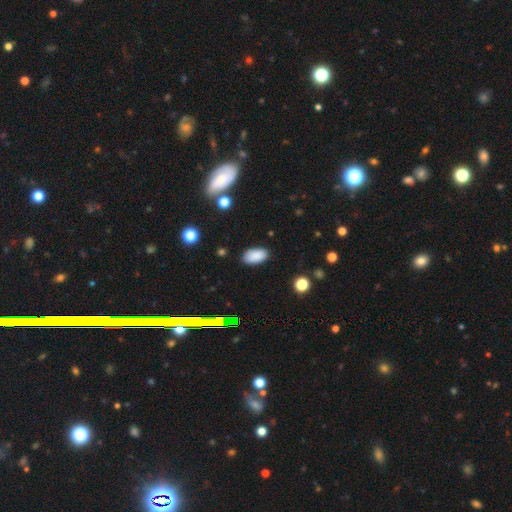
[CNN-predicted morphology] Smooth or featured: smooth — 87% (star or artifact — 9%)
How rounded: in between — 94% (round — 4%)
Merging: none — 86% (minor disturbance — 10%)